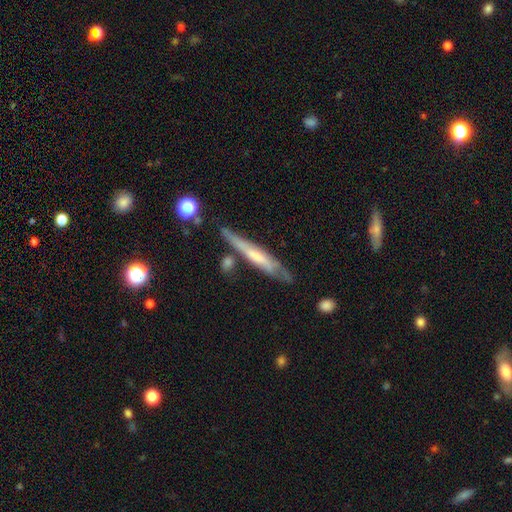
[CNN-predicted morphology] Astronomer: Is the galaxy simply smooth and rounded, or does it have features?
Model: featured or disk — 56% (runner-up: smooth, 37%).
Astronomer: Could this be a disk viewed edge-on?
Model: yes — 81%.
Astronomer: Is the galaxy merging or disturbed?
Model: none — 63%.